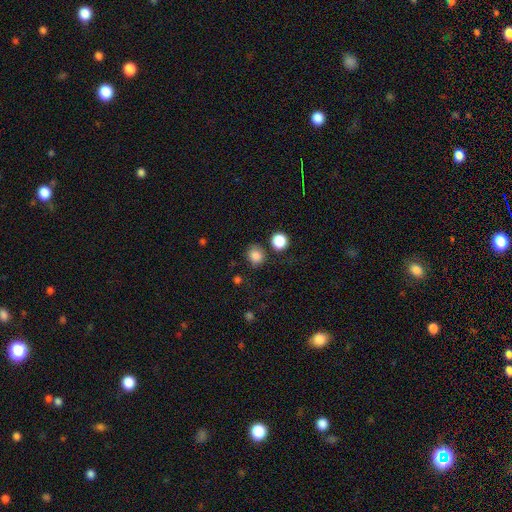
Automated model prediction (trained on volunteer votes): Q: Smooth or featured?
A: smooth (84%); runner-up: star or artifact (11%)
Q: How rounded?
A: round (82%); runner-up: in between (17%)
Q: Merging?
A: none (78%); runner-up: minor disturbance (12%)